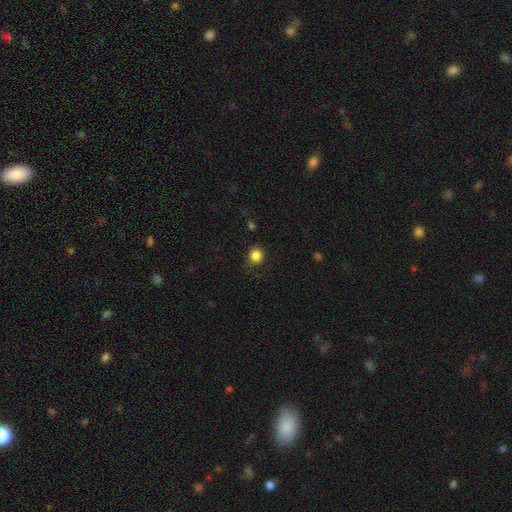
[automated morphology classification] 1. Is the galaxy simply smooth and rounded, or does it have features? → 85% smooth, 11% star or artifact, 4% featured or disk.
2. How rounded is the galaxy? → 82% round, 17% in between, 1% cigar-shaped.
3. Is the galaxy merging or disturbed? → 86% none, 10% minor disturbance, 3% major disturbance, 1% merger.